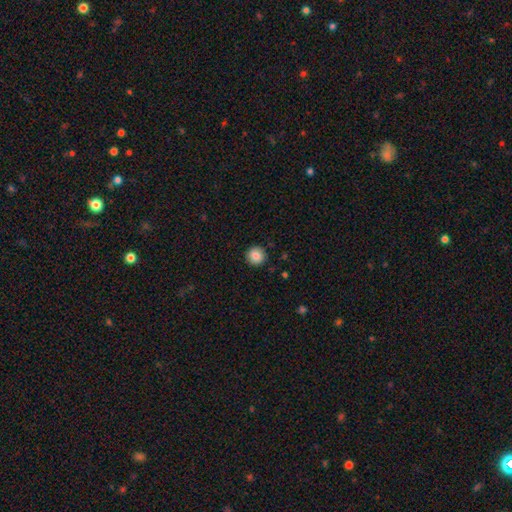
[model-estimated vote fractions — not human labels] Smooth or featured?
  - smooth: 85% *
  - star or artifact: 9%
  - featured or disk: 6%
How rounded?
  - round: 94% *
  - in between: 5%
  - cigar-shaped: 1%
Merging?
  - none: 92% *
  - minor disturbance: 5%
  - major disturbance: 2%
  - merger: 1%